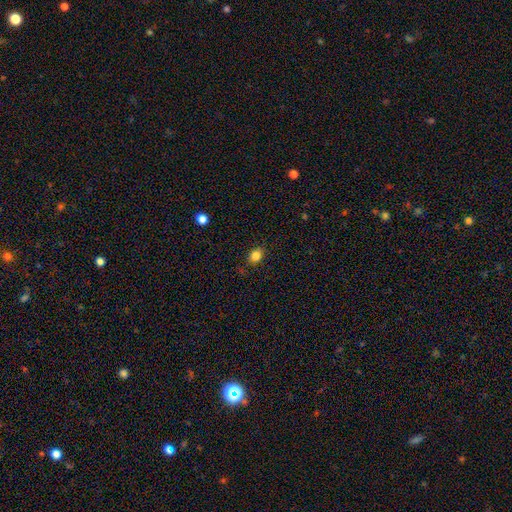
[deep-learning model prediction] Smooth or featured? smooth (83%)
How rounded? in between (52%)
Merging? none (84%)